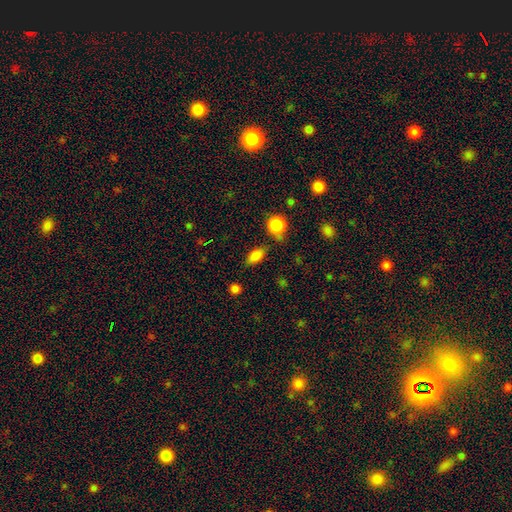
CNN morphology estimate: smooth_or_featured: smooth (p=0.83) [alt: star or artifact p=0.10]
how_rounded: in between (p=0.87) [alt: round p=0.08]
merging: none (p=0.78) [alt: minor disturbance p=0.13]